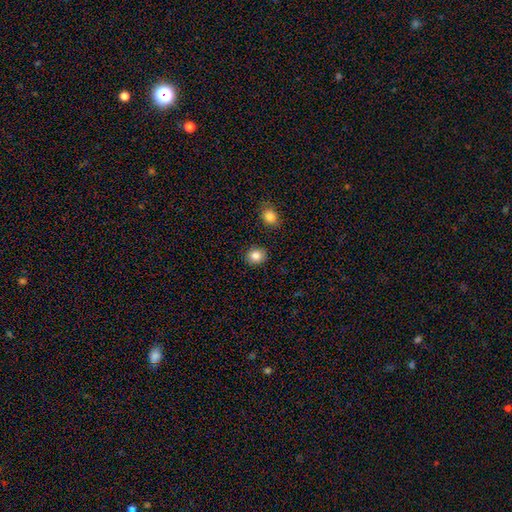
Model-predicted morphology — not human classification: type=smooth (84%); roundness=round (75%); merging=none (88%).